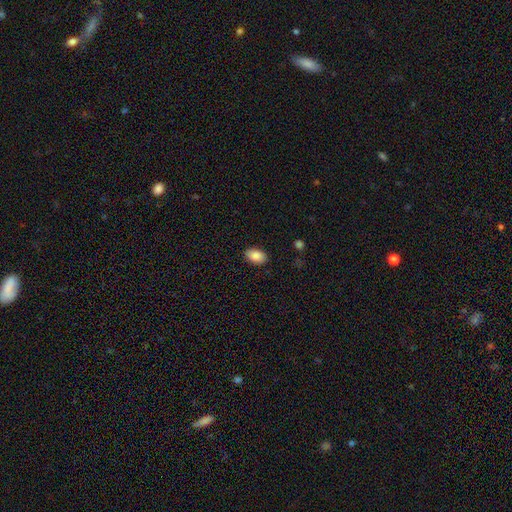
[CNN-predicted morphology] The model was most divided on "merging": none: 88%, minor disturbance: 9%, major disturbance: 2%, merger: 1%. More confident: how rounded — in between (92%); smooth or featured — smooth (89%).